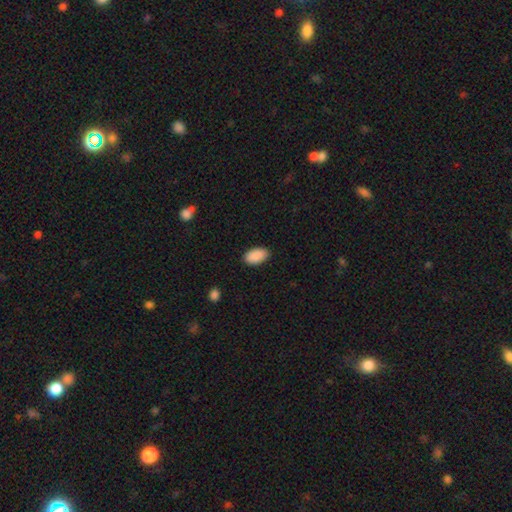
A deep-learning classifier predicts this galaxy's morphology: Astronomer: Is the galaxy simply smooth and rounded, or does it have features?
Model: smooth — 91%.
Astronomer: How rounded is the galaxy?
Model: in between — 95%.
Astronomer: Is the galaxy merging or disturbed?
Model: none — 87%.